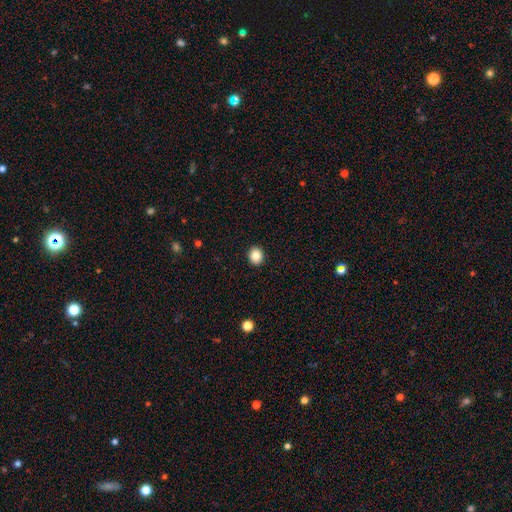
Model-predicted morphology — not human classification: A smooth galaxy with no disk features (85%) that is round (71%). Merging: none (92%).